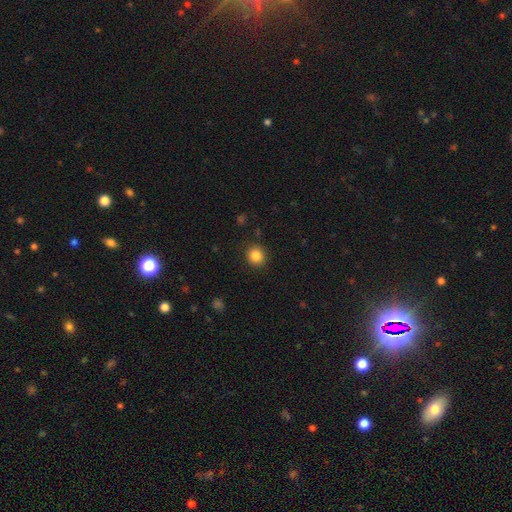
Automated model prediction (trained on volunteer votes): Morphology: type=smooth (85%); roundness=round (89%); merging=none (90%).